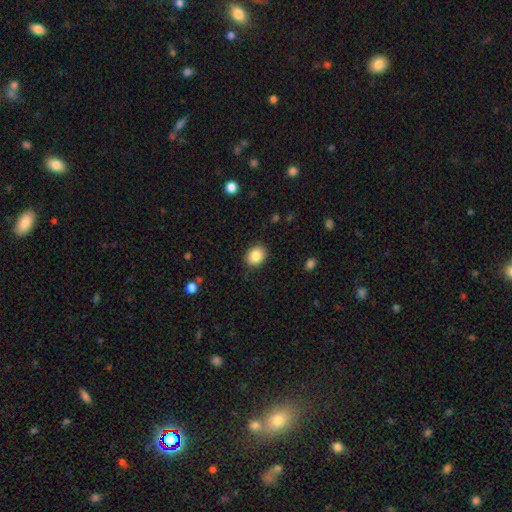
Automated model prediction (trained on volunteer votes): Smooth or featured? smooth (86%)
How rounded? round (52%)
Merging? none (88%)